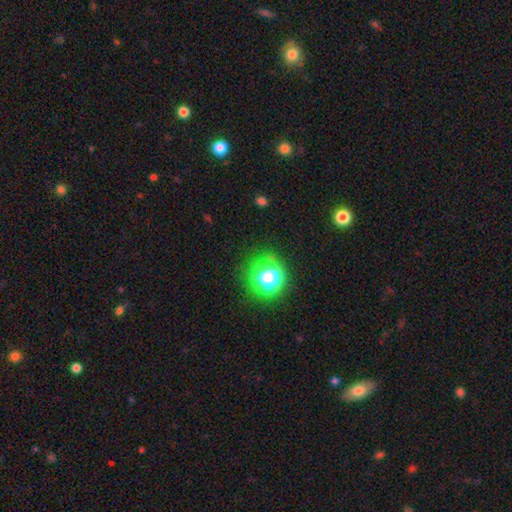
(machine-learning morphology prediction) Q: Smooth or featured?
A: star or artifact (65%); runner-up: smooth (28%)